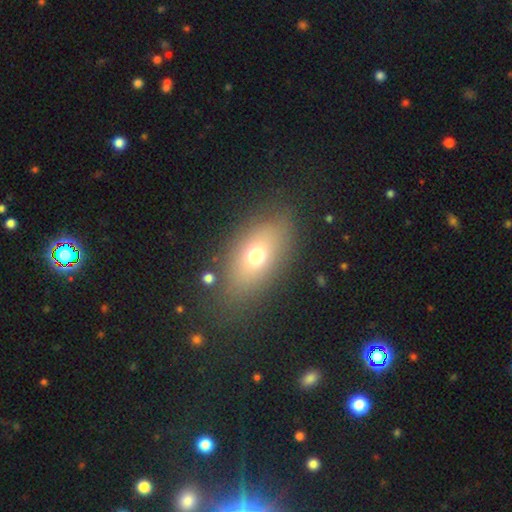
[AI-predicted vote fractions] Smooth or featured? smooth (67%)
How rounded? in between (80%)
Merging? none (79%)